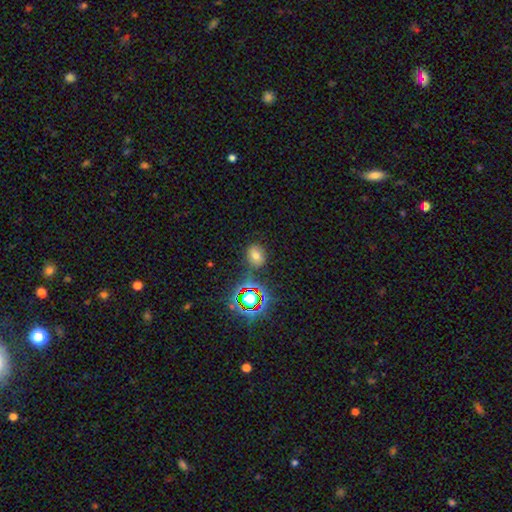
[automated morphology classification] Smooth or featured? smooth (63%)
How rounded? in between (51%)
Merging? none (77%)